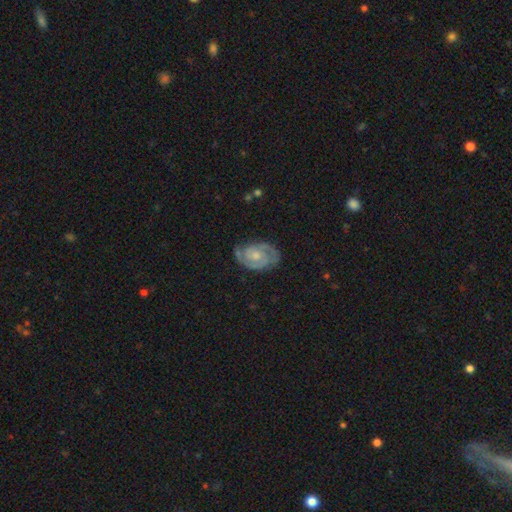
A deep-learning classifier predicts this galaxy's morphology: Smooth or featured? Predicted: featured or disk (p=0.87). Edge-on disk? Predicted: no (p=0.97). Bar? Predicted: no (p=0.67). Spiral arms? Predicted: yes (p=0.97). Spiral winding? Predicted: tight (p=0.62). Spiral arm count? Predicted: 2 (p=0.83). Bulge size? Predicted: small (p=0.46). Merging? Predicted: none (p=0.75).